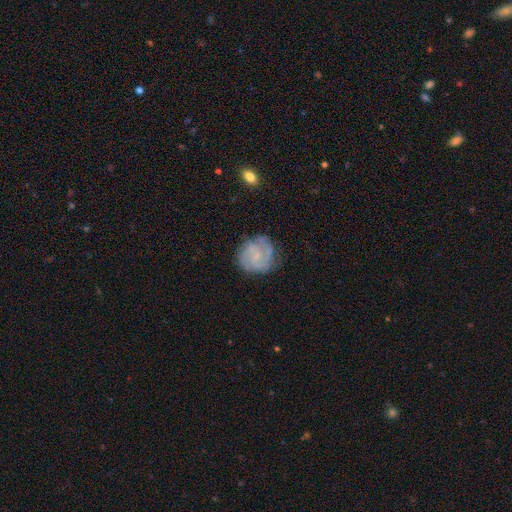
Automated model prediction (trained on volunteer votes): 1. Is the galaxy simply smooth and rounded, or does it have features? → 72% featured or disk, 21% smooth, 6% star or artifact.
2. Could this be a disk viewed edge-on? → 98% no, 2% yes.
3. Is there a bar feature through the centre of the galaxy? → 65% no, 31% weak, 4% strong.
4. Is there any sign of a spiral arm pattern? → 90% yes, 10% no.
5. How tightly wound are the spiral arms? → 46% tight, 42% medium, 12% loose.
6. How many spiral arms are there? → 37% 2, 25% 3, 23% can't tell, 6% 4, 5% 1, 4% more than 4.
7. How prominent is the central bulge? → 70% small, 15% none, 13% moderate, 1% large, 1% dominant.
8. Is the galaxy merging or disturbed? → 71% none, 20% minor disturbance, 7% major disturbance, 2% merger.